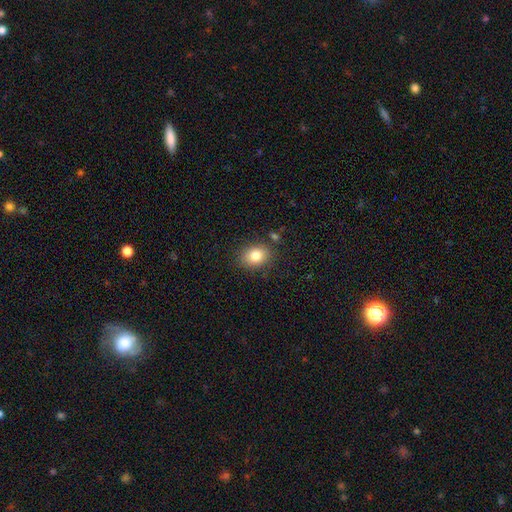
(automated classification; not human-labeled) Smooth or featured? smooth (82%)
How rounded? in between (64%)
Merging? none (83%)